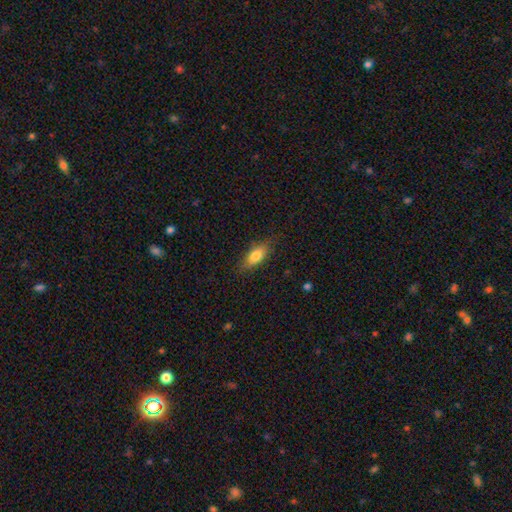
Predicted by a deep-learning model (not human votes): Overall: smooth (79%). How rounded: in between (75%). Merging: none (82%).